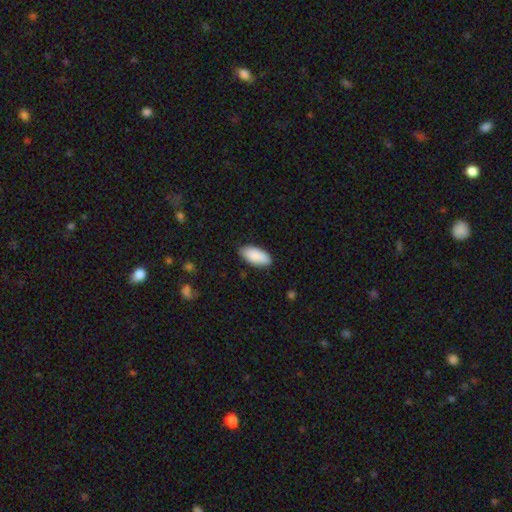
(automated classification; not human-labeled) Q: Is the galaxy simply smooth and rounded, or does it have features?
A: smooth — 90%.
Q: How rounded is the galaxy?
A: in between — 91%.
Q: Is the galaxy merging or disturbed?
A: none — 84%.